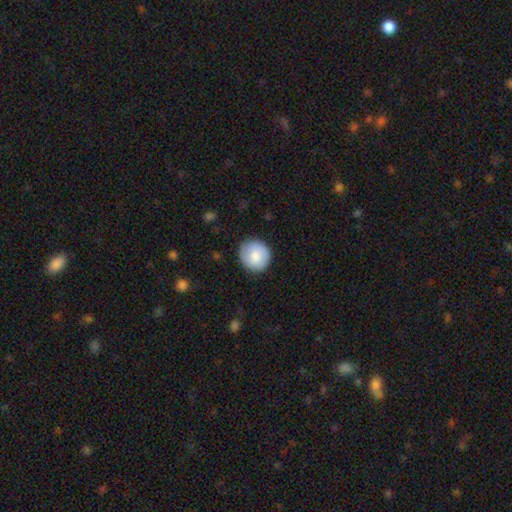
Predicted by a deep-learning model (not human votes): This is clearly a smooth galaxy (83%). How rounded: clearly round (93%). Merging: clearly none (87%).